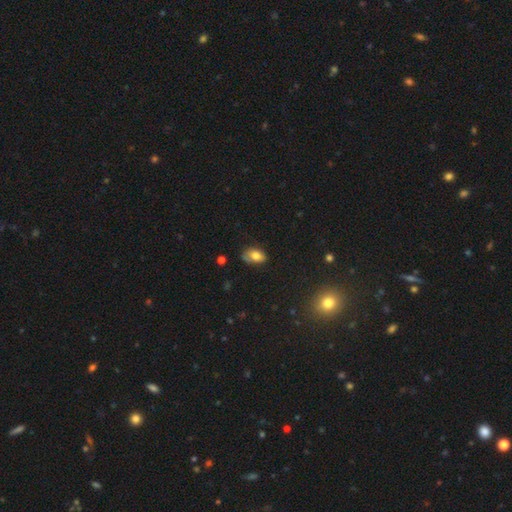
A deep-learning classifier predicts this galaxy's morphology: A smooth galaxy with no disk features (76%) that is in between round and cigar-shaped (89%). Merging: none (61%).